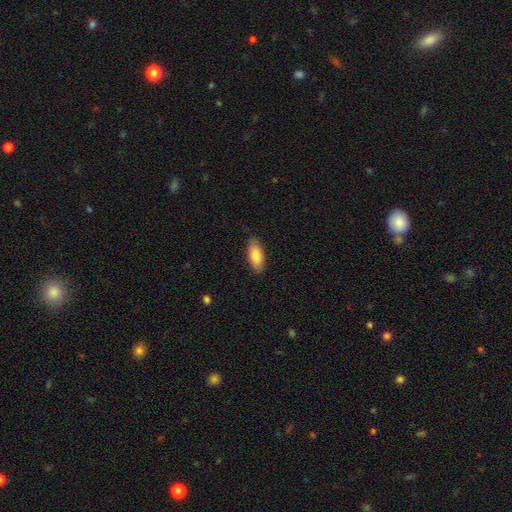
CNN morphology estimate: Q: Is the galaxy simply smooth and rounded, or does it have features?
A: smooth — 86%.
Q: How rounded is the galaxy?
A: in between — 86%.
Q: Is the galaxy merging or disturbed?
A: none — 84%.